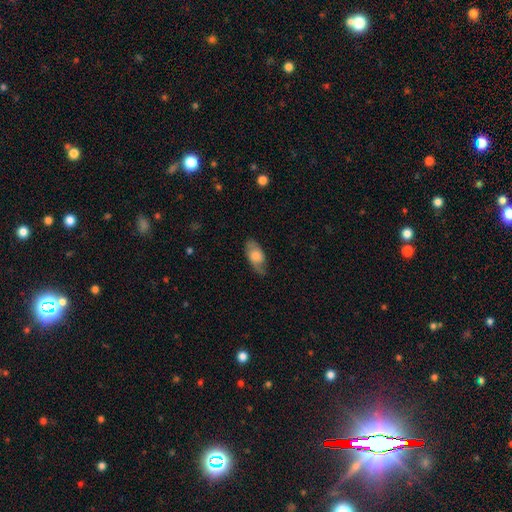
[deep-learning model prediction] Smooth or featured: smooth — 61% (featured or disk — 32%)
How rounded: in between — 90% (cigar-shaped — 6%)
Merging: none — 69% (minor disturbance — 23%)